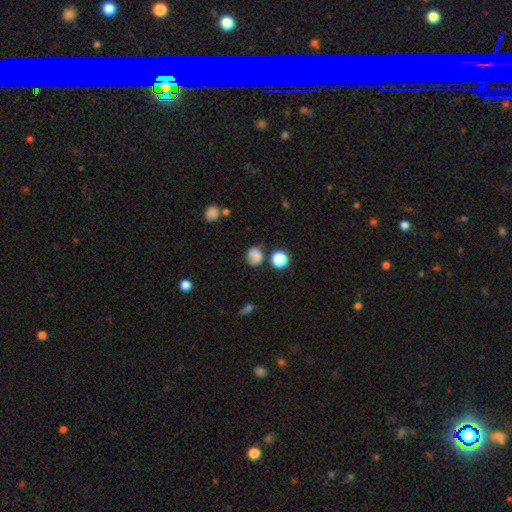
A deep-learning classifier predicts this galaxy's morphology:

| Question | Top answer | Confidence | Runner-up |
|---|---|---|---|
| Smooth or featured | smooth | 78% | star or artifact (13%) |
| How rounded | round | 69% | in between (30%) |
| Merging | none | 66% | minor disturbance (20%) |